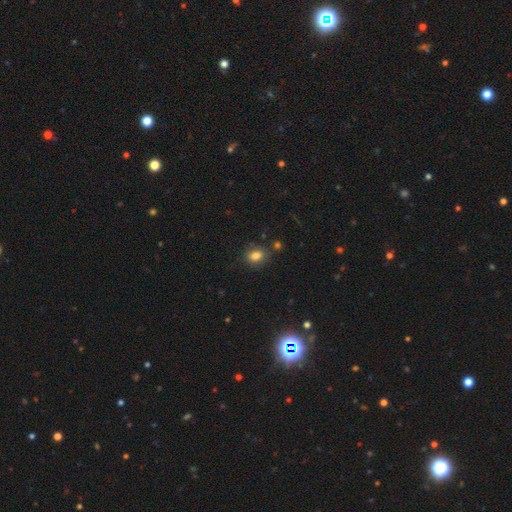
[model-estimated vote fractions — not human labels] Smooth or featured?
  - smooth: 82% *
  - star or artifact: 11%
  - featured or disk: 7%
How rounded?
  - in between: 68% *
  - round: 31%
  - cigar-shaped: 2%
Merging?
  - none: 78% *
  - minor disturbance: 13%
  - merger: 5%
  - major disturbance: 3%